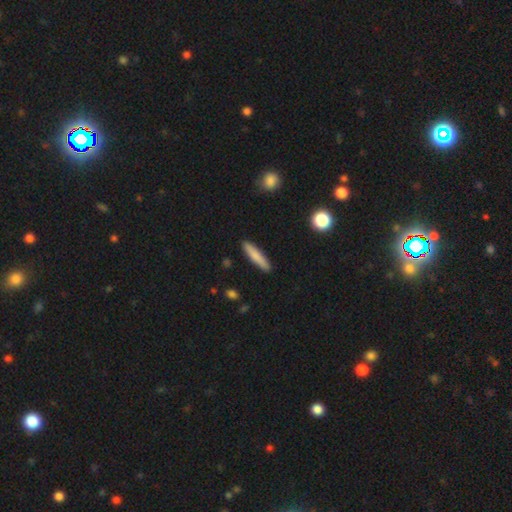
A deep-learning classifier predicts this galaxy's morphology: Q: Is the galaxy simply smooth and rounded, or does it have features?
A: smooth — 80%.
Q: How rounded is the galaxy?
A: cigar-shaped — 89%.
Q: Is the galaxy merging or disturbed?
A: none — 90%.